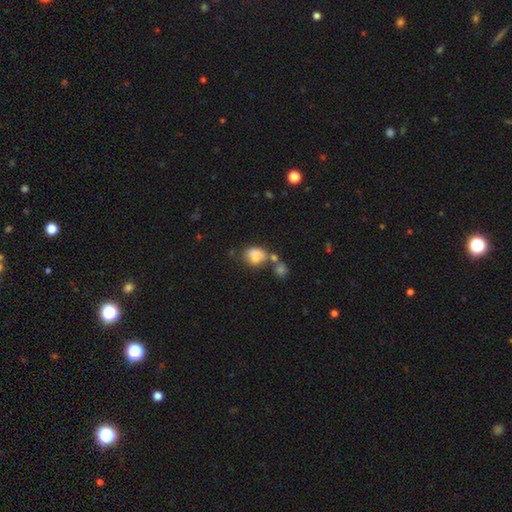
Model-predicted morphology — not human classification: A smooth galaxy with no disk features (77%) that is in between round and cigar-shaped (52%). Merging: merger (39%).